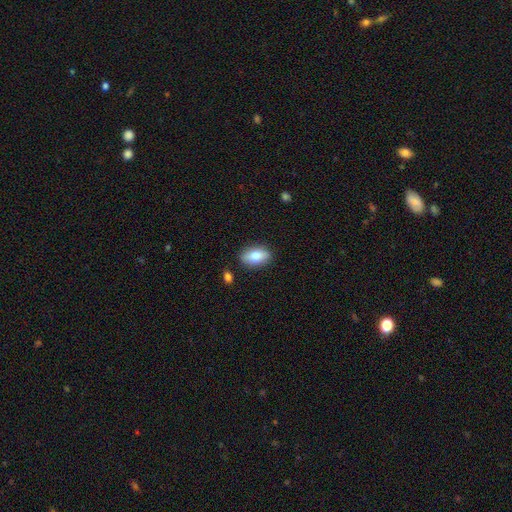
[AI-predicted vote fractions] smooth 79%, featured or disk 14%, star or artifact 7%. Down the decision tree: how rounded — in between (89%); merging — none (86%).